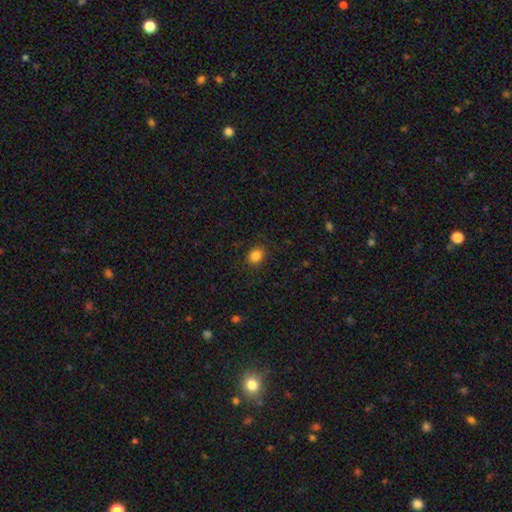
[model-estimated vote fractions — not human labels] Smooth or featured: smooth — 85% (star or artifact — 11%)
How rounded: round — 59% (in between — 40%)
Merging: none — 88% (minor disturbance — 8%)